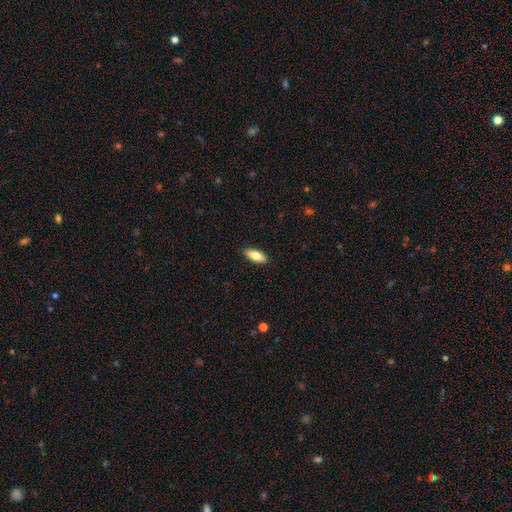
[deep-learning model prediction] smooth-or-featured: smooth: 76% | featured or disk: 18% | star or artifact: 6%
  how-rounded: in between: 76% | cigar-shaped: 22% | round: 2%
  merging: none: 90% | minor disturbance: 8% | major disturbance: 2% | merger: 1%